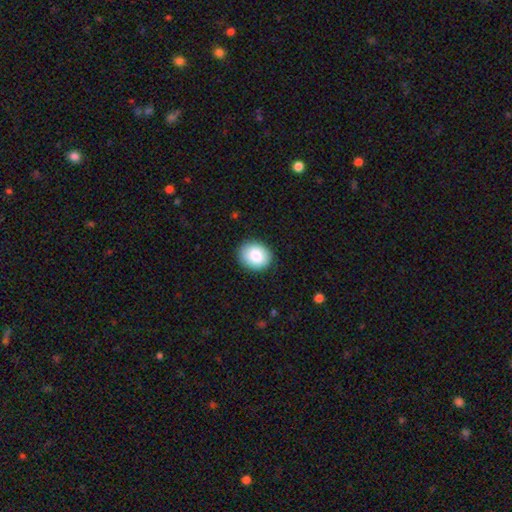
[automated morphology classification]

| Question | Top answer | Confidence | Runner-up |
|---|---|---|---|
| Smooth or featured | smooth | 82% | featured or disk (11%) |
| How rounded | round | 58% | in between (41%) |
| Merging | none | 88% | minor disturbance (9%) |